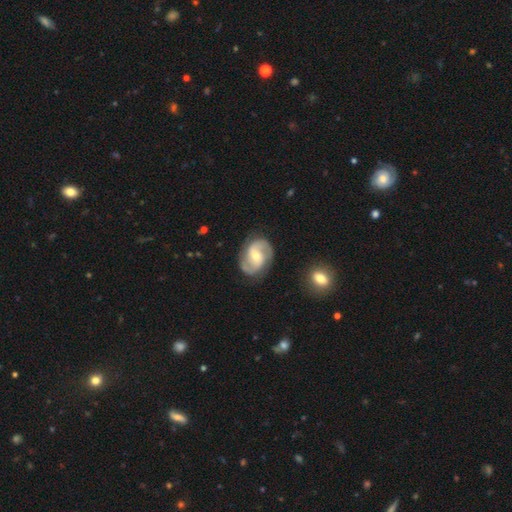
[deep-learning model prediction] A featured or disk galaxy (85%) with a weak bar (47%), 2 (91%) medium (53%) spiral arms (96%) and a moderate central bulge (51%). Merging: none (81%).